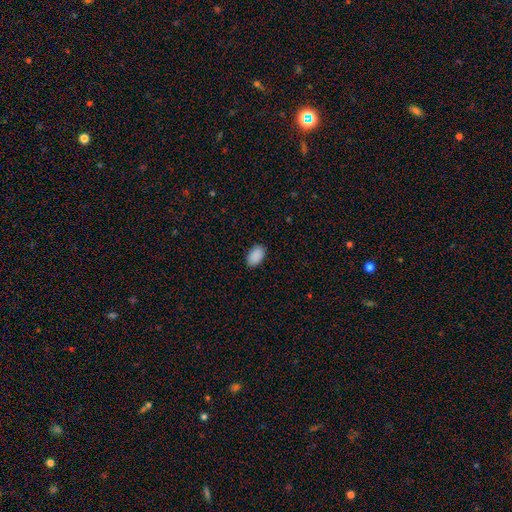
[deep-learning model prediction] The model was most divided on "merging": none: 88%, minor disturbance: 9%, major disturbance: 2%, merger: 1%. More confident: how rounded — in between (92%); smooth or featured — smooth (91%).